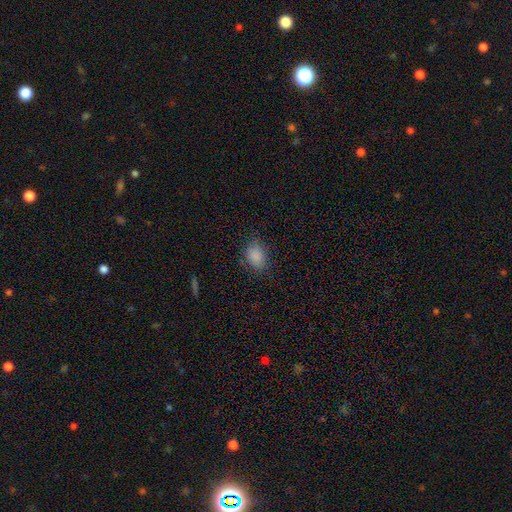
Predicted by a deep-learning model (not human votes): This is clearly a smooth galaxy (84%). How rounded: likely in between (73%). Merging: likely none (78%).